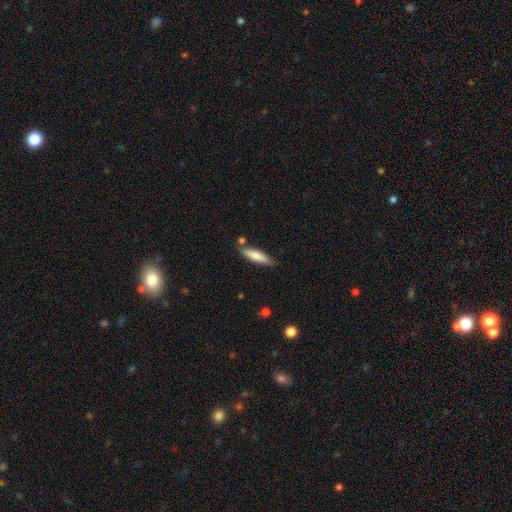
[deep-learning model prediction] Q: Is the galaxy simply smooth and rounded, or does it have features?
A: smooth — 76%.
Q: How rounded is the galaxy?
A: cigar-shaped — 70%.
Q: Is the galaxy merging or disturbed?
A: none — 75%.